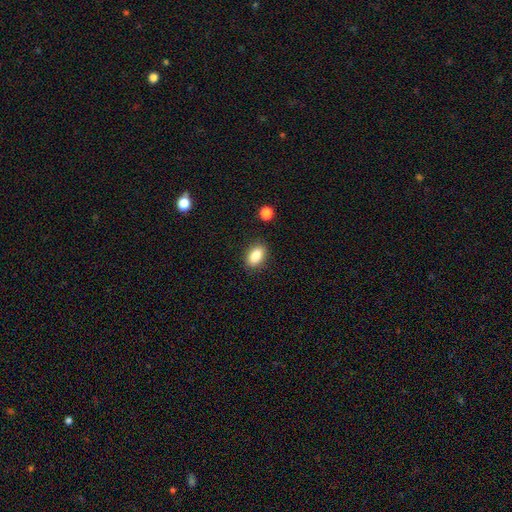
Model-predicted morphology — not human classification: The model was most divided on "merging": none: 87%, minor disturbance: 9%, major disturbance: 2%, merger: 2%. More confident: how rounded — in between (88%); smooth or featured — smooth (85%).